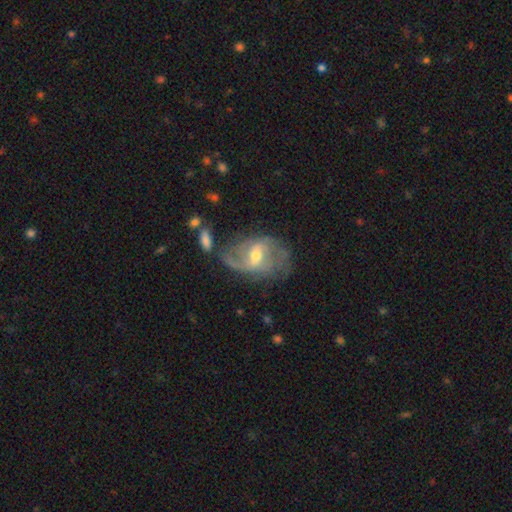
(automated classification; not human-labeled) smooth-or-featured: featured or disk: 80% | smooth: 12% | star or artifact: 8%
  disk-edge-on: no: 96% | yes: 4%
    bar: weak: 51% | strong: 25% | no: 24%
    has-spiral-arms: yes: 89% | no: 11%
      spiral-winding: loose: 45% | medium: 38% | tight: 17%
      spiral-arm-count: 2: 68% | can't tell: 14% | 1: 9% | 3: 5% | 4: 2% | more than 4: 2%
    bulge-size: moderate: 59% | small: 36% | large: 3% | none: 1% | dominant: 1%
  merging: none: 54% | minor disturbance: 23% | major disturbance: 16% | merger: 7%